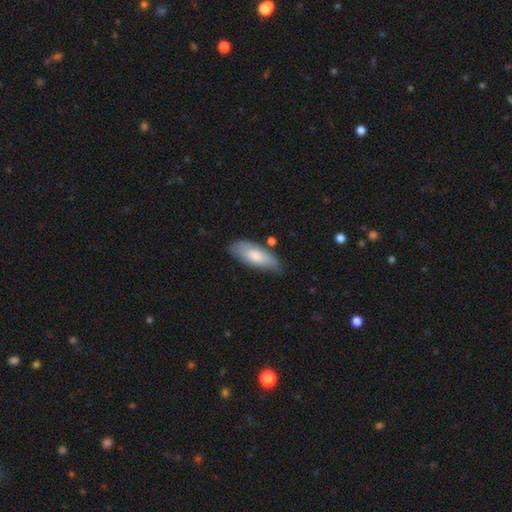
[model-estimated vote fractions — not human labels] Smooth or featured? Predicted: smooth (p=0.74). How rounded? Predicted: in between (p=0.79). Merging? Predicted: none (p=0.66).